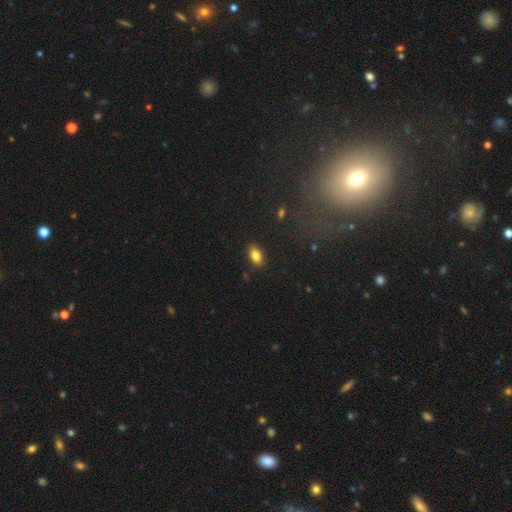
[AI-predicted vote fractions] A smooth galaxy with no disk features (82%) that is in between round and cigar-shaped (90%). Merging: none (87%).